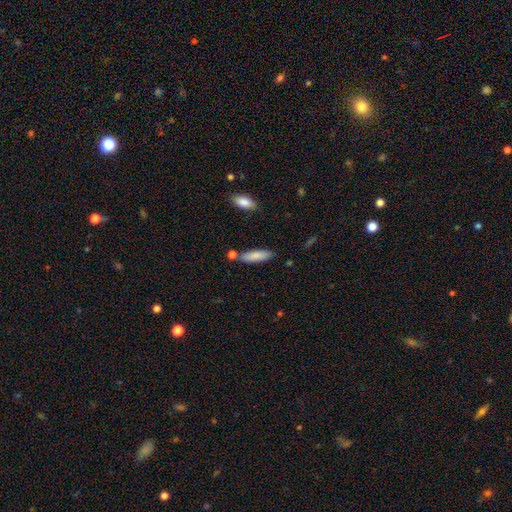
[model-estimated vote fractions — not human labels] This appears to be a smooth galaxy with no disk features (83%) that is cigar-shaped (60%). Merging: none (77%).